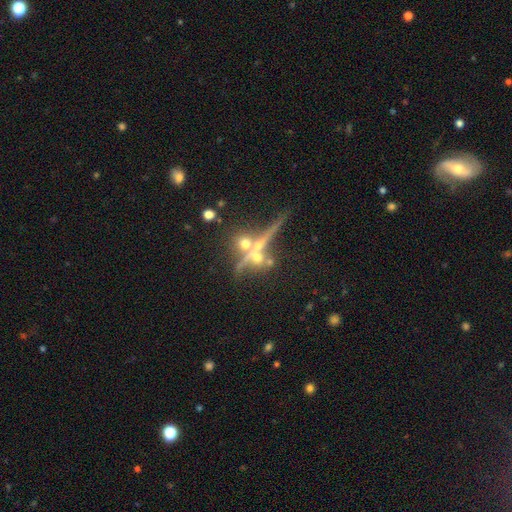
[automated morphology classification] This is marginally a featured or disk galaxy (41%). Merging: possibly none (53%).